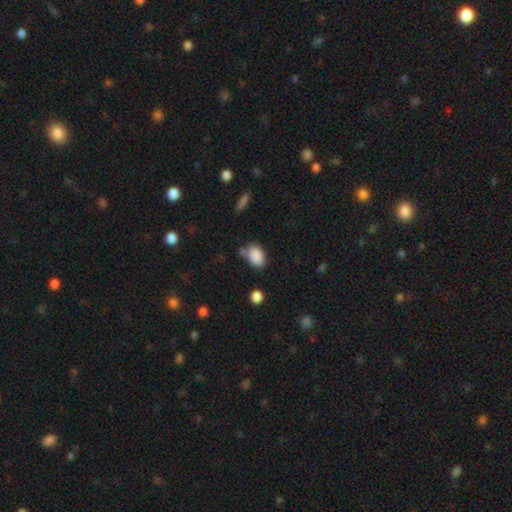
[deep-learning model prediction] Overall: smooth (87%). How rounded: in between (85%). Merging: none (65%).